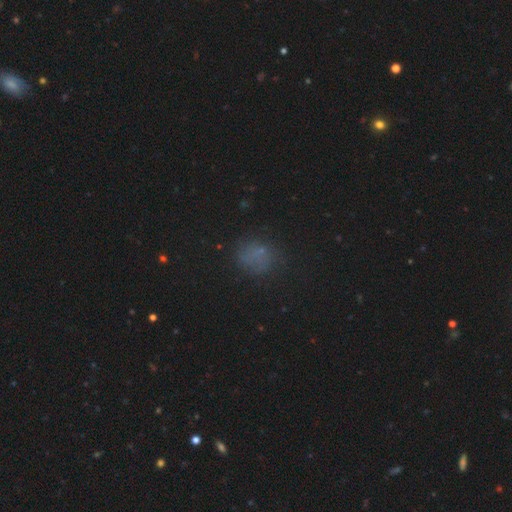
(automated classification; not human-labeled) Morphology: type=smooth (59%); roundness=round (56%); merging=none (68%).